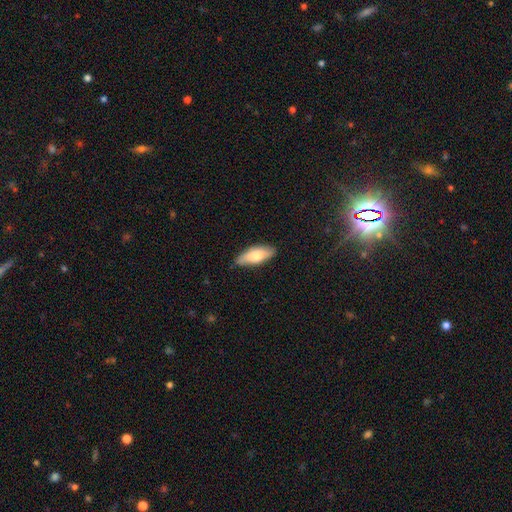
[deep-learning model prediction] Morphology: type=smooth (71%); roundness=in between (73%); merging=none (81%).